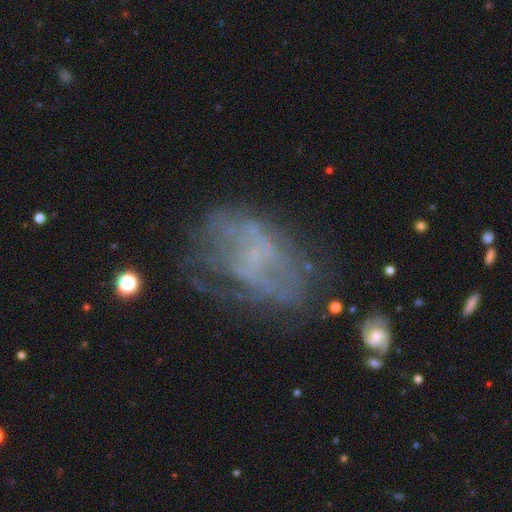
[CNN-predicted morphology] Smooth or featured? featured or disk (62%)
Edge-on disk? no (97%)
Bar? no (75%)
Spiral arms? no (65%)
Bulge size? none (67%)
Merging? none (45%)